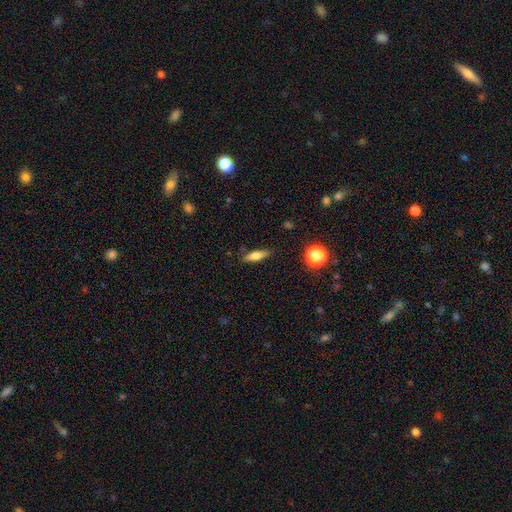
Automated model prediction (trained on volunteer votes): A smooth galaxy with no disk features (64%) that is cigar-shaped (56%). Merging: none (83%).